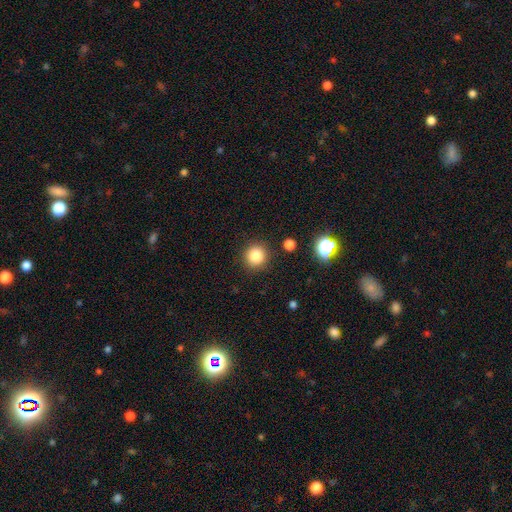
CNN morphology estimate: smooth 83%, star or artifact 12%, featured or disk 5%. Down the decision tree: how rounded — round (93%); merging — none (89%).